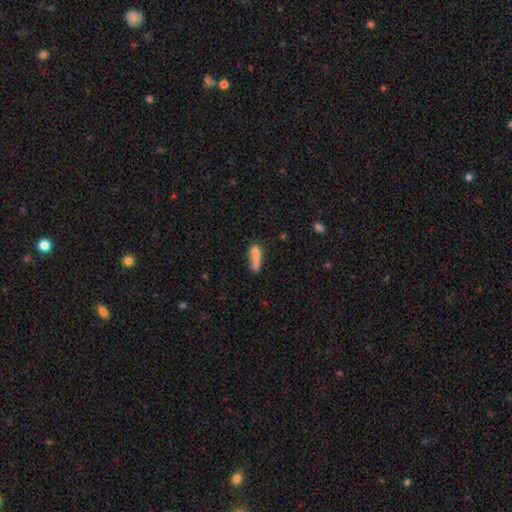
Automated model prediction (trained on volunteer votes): smooth_or_featured: smooth (p=0.76) [alt: featured or disk p=0.14]
how_rounded: cigar-shaped (p=0.61) [alt: in between p=0.36]
merging: none (p=0.46) [alt: minor disturbance p=0.23]